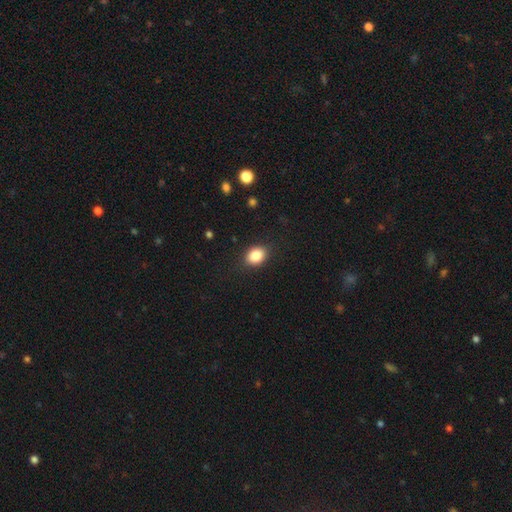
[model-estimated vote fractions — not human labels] Morphology: type=smooth (85%); roundness=in between (65%); merging=none (86%).